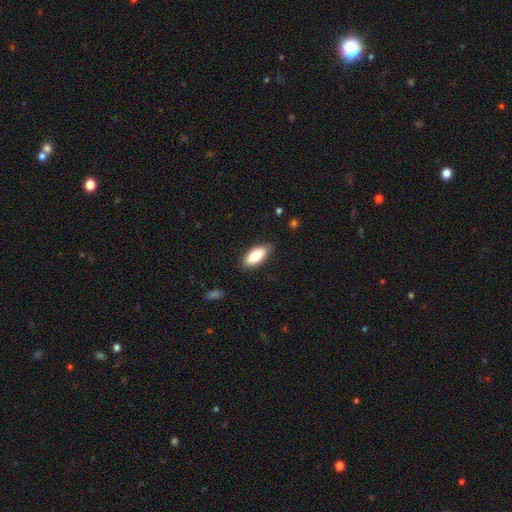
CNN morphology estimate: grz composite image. It shows a smooth galaxy with no disk features (80%) that is in between round and cigar-shaped (88%). Merging: none (85%).